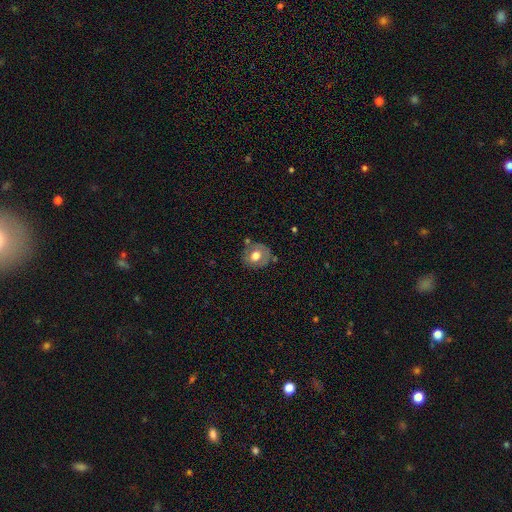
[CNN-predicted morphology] smooth-or-featured: smooth: 57% | featured or disk: 35% | star or artifact: 8%
  how-rounded: round: 73% | in between: 26% | cigar-shaped: 1%
  merging: none: 69% | minor disturbance: 19% | major disturbance: 6% | merger: 6%